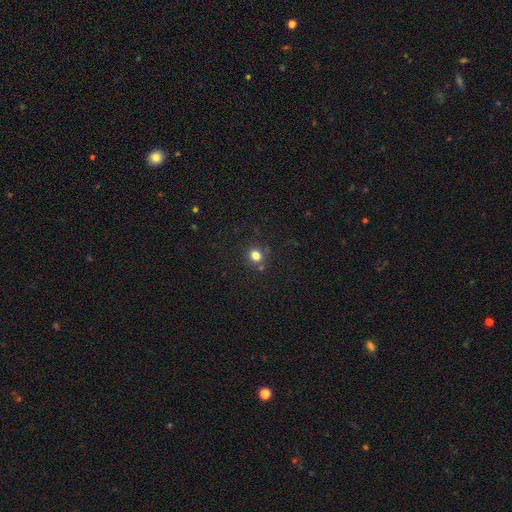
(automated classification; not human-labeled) Smooth or featured?
  - smooth: 79% *
  - star or artifact: 15%
  - featured or disk: 6%
How rounded?
  - round: 75% *
  - in between: 24%
  - cigar-shaped: 1%
Merging?
  - none: 79% *
  - minor disturbance: 10%
  - merger: 8%
  - major disturbance: 3%